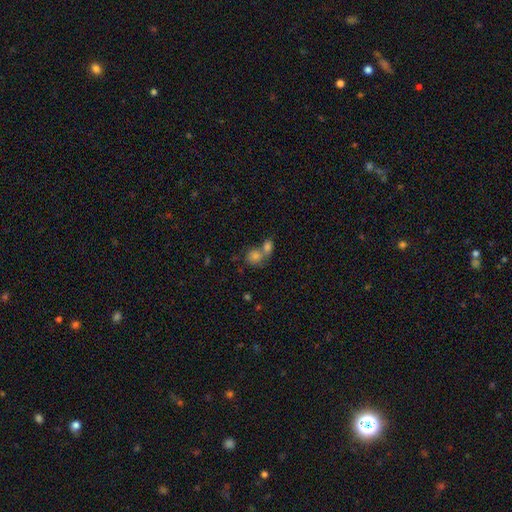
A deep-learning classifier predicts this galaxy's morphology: Smooth or featured? Predicted: smooth (p=0.70). How rounded? Predicted: round (p=0.73). Merging? Predicted: merger (p=0.51).